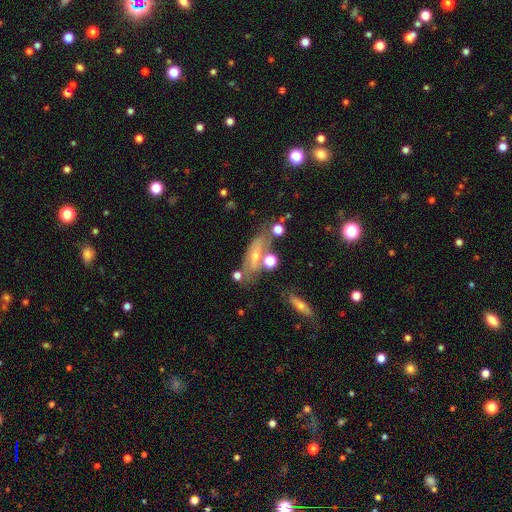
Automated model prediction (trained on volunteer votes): smooth_or_featured: featured or disk (p=0.51) [alt: smooth p=0.36]
disk_edge_on: no (p=0.65) [alt: yes p=0.35]
merging: none (p=0.55) [alt: minor disturbance p=0.20]